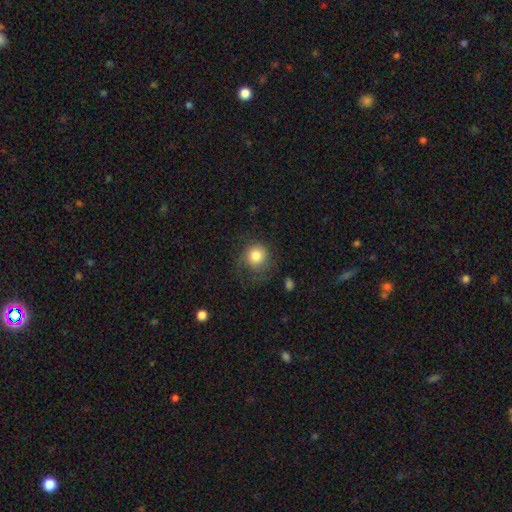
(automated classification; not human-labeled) Q: Smooth or featured?
A: smooth (77%); runner-up: featured or disk (15%)
Q: How rounded?
A: round (84%); runner-up: in between (15%)
Q: Merging?
A: none (56%); runner-up: minor disturbance (23%)